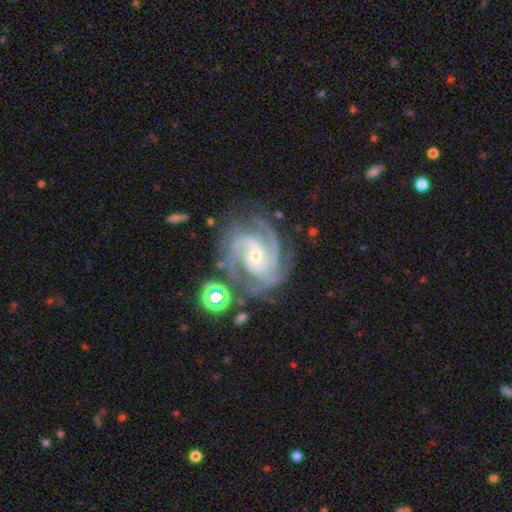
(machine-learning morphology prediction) Q: Smooth or featured?
A: featured or disk (91%); runner-up: star or artifact (5%)
Q: Edge-on disk?
A: no (98%); runner-up: yes (2%)
Q: Bar?
A: no (56%); runner-up: weak (31%)
Q: Spiral arms?
A: yes (98%); runner-up: no (2%)
Q: Spiral winding?
A: tight (59%); runner-up: medium (36%)
Q: Spiral arm count?
A: 3 (37%); runner-up: 4 (21%)
Q: Bulge size?
A: small (68%); runner-up: moderate (28%)
Q: Merging?
A: none (69%); runner-up: minor disturbance (18%)